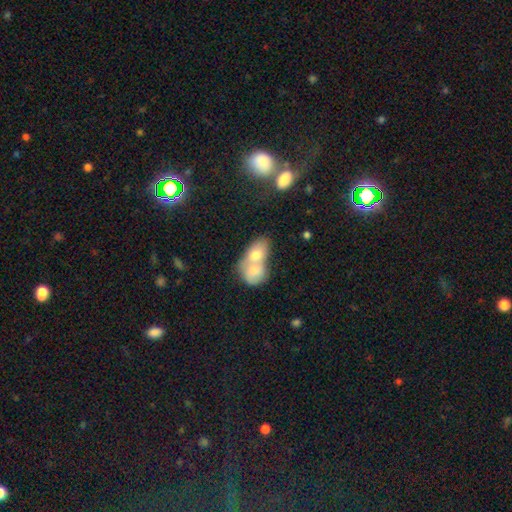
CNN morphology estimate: smooth 59%, featured or disk 26%, star or artifact 15%. Down the decision tree: how rounded — in between (66%); merging — merger (73%).